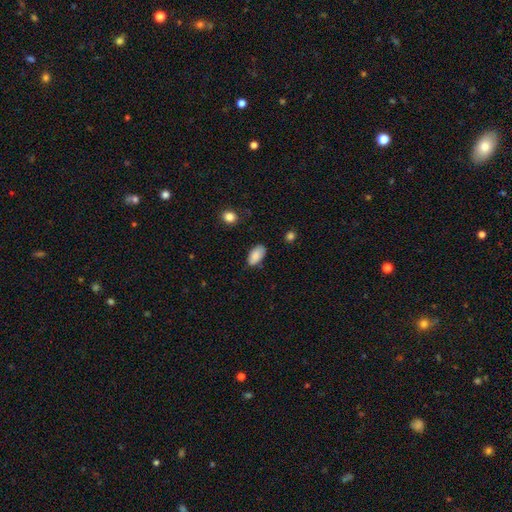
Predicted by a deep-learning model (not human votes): This appears to be a smooth galaxy with no disk features (86%) that is in between round and cigar-shaped (94%). Merging: none (73%).